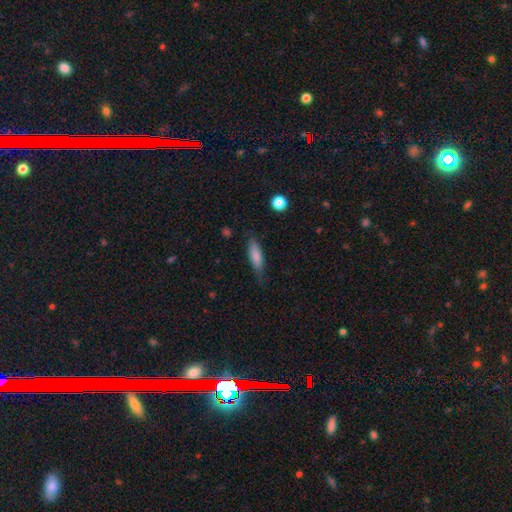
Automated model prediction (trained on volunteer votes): This appears to be a smooth galaxy with no disk features (79%) that is cigar-shaped (50%). Merging: none (68%).